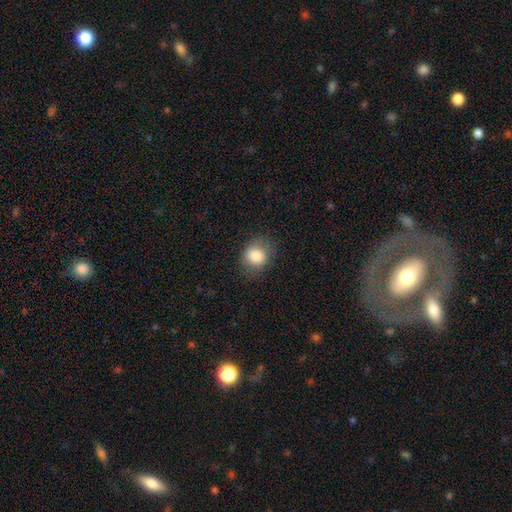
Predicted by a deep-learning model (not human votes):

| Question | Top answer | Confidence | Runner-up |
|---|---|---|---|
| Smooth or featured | smooth | 84% | star or artifact (9%) |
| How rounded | round | 69% | in between (30%) |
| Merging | none | 77% | minor disturbance (16%) |